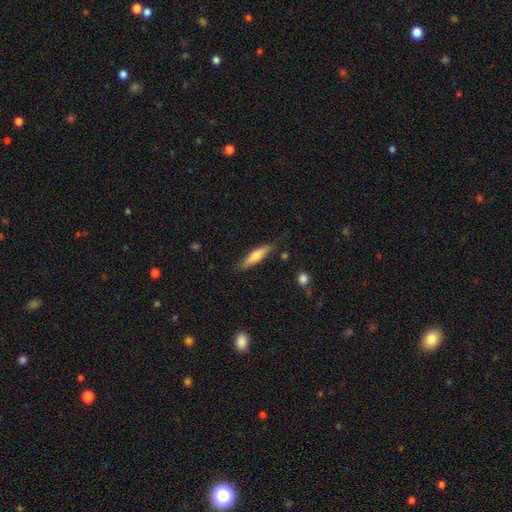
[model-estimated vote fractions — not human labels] This is likely a smooth galaxy (63%). How rounded: likely cigar-shaped (74%). Merging: clearly none (81%).